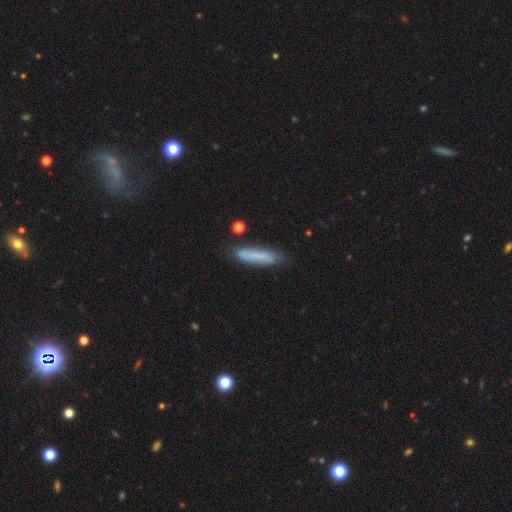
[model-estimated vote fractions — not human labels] smooth_or_featured: smooth (p=0.72) [alt: featured or disk p=0.21]
how_rounded: cigar-shaped (p=0.82) [alt: in between p=0.17]
merging: none (p=0.73) [alt: minor disturbance p=0.19]